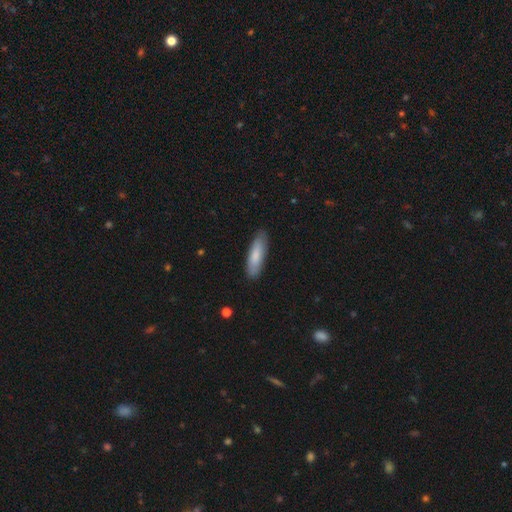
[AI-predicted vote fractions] smooth_or_featured: smooth (p=0.81) [alt: featured or disk p=0.14]
how_rounded: cigar-shaped (p=0.56) [alt: in between p=0.43]
merging: none (p=0.85) [alt: minor disturbance p=0.12]